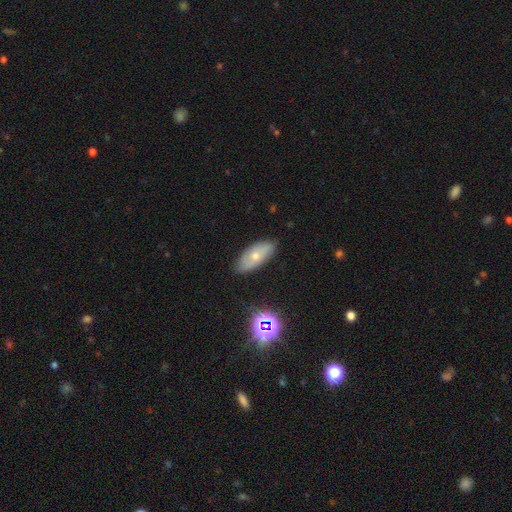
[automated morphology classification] Overall: smooth (57%; featured or disk 33%). How rounded: in between (85%). Merging: none (82%).